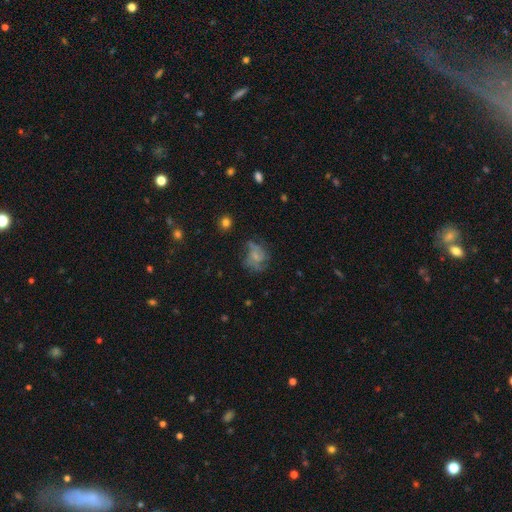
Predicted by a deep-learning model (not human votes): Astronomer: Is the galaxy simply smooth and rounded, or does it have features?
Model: featured or disk — 55% (runner-up: smooth, 32%).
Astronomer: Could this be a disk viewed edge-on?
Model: no — 98%.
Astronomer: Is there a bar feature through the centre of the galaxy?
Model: no — 71%.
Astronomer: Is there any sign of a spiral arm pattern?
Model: yes — 76%.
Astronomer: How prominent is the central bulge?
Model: small — 59%.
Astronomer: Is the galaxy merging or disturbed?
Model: none — 49% (runner-up: minor disturbance, 24%).